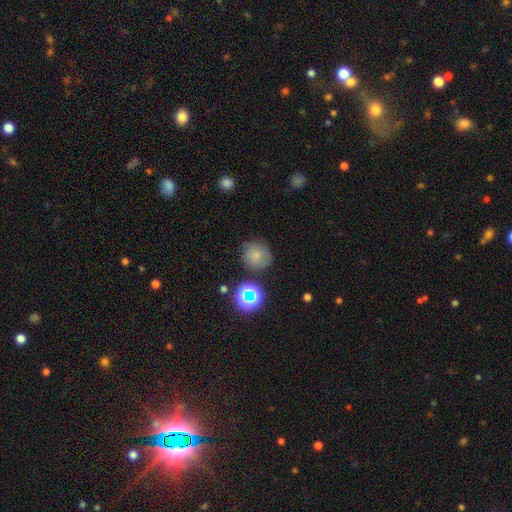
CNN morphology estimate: Smooth or featured? Predicted: smooth (p=0.68). How rounded? Predicted: round (p=0.87). Merging? Predicted: none (p=0.72).